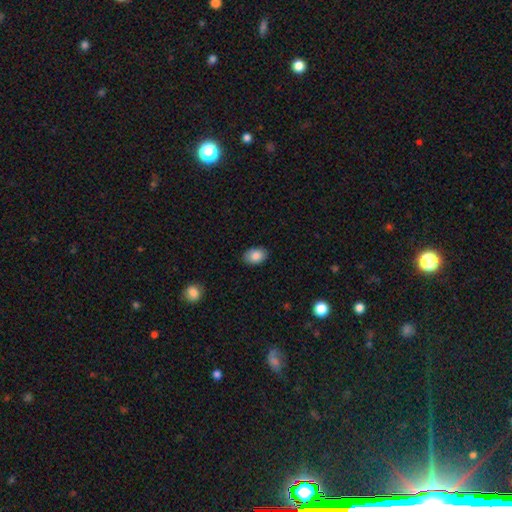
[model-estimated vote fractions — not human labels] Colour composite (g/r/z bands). It shows a smooth galaxy with no disk features (87%) that is in between round and cigar-shaped (82%). Merging: none (86%).